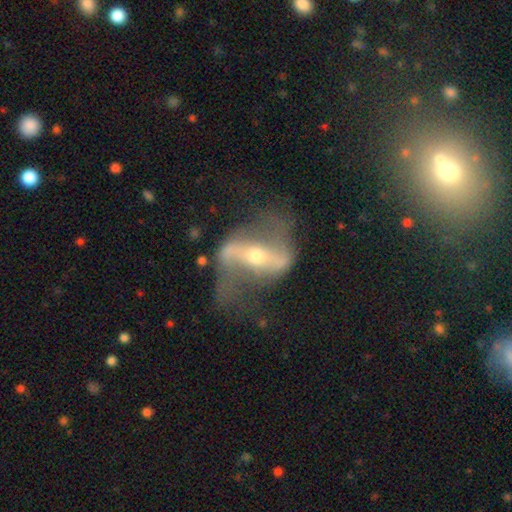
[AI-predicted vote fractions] This appears to be a featured or disk galaxy (87%) with a strong bar (65%), 2 (91%) loose (75%) spiral arms (88%) and a moderate central bulge (48%). Merging: none (53%).